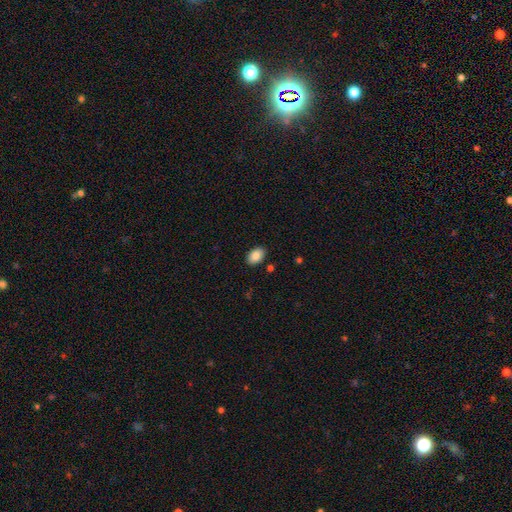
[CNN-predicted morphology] Overall: smooth (88%). How rounded: in between (88%). Merging: none (88%).